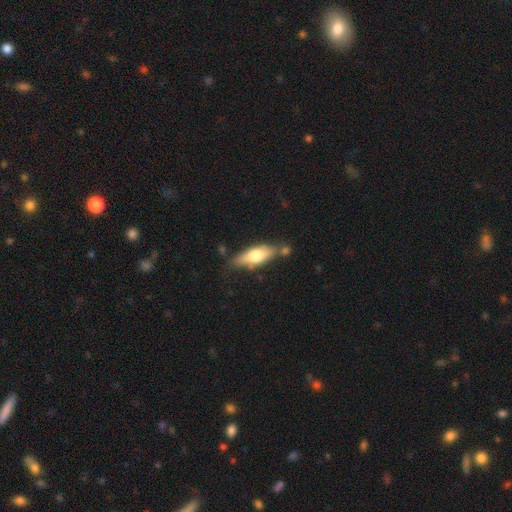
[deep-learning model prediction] smooth-or-featured: smooth: 54% | featured or disk: 40% | star or artifact: 6%
  how-rounded: in between: 56% | cigar-shaped: 42% | round: 3%
  merging: none: 65% | minor disturbance: 19% | merger: 11% | major disturbance: 5%